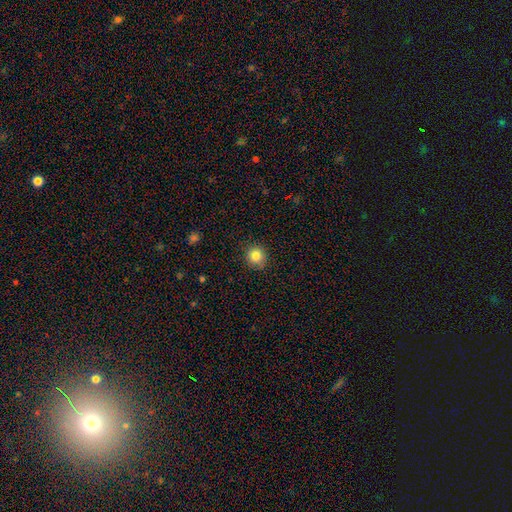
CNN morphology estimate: smooth 84%, star or artifact 11%, featured or disk 6%. Down the decision tree: how rounded — round (92%); merging — none (88%).